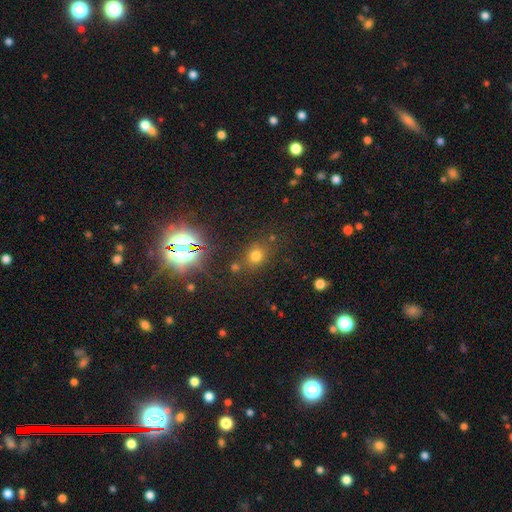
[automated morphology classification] A smooth galaxy with no disk features (66%) that is round (75%). Merging: none (73%).